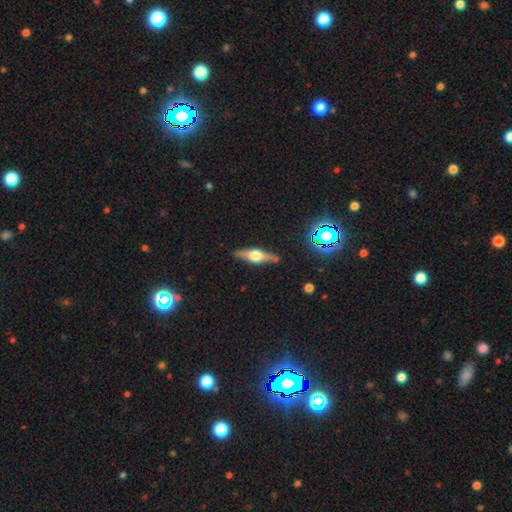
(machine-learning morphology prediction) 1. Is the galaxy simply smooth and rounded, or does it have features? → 72% featured or disk, 21% smooth, 7% star or artifact.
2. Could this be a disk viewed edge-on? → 96% yes, 4% no.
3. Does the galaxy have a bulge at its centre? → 93% rounded, 5% boxy, 1% none.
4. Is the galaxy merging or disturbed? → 86% none, 10% minor disturbance, 2% major disturbance, 2% merger.